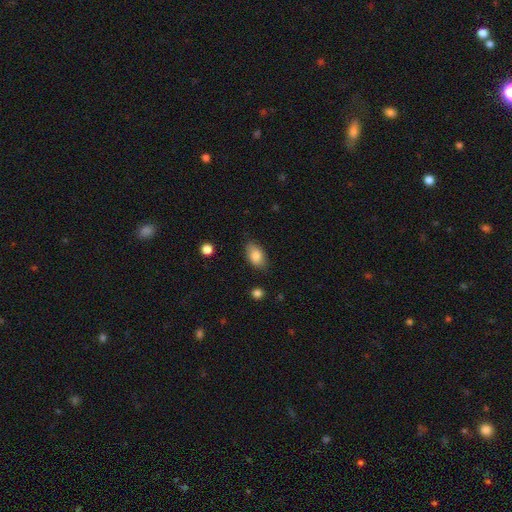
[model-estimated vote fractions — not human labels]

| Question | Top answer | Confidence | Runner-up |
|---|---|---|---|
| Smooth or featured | smooth | 84% | featured or disk (9%) |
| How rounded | in between | 91% | round (6%) |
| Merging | none | 78% | minor disturbance (17%) |